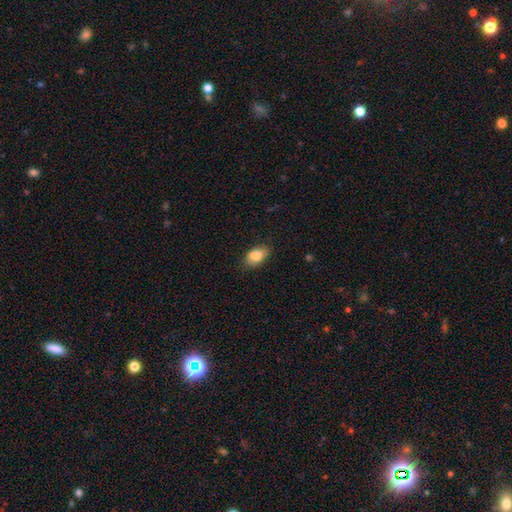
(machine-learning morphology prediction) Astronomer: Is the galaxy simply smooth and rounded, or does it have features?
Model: smooth — 82%.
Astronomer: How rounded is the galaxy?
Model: in between — 89%.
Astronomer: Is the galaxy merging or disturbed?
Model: none — 76%.